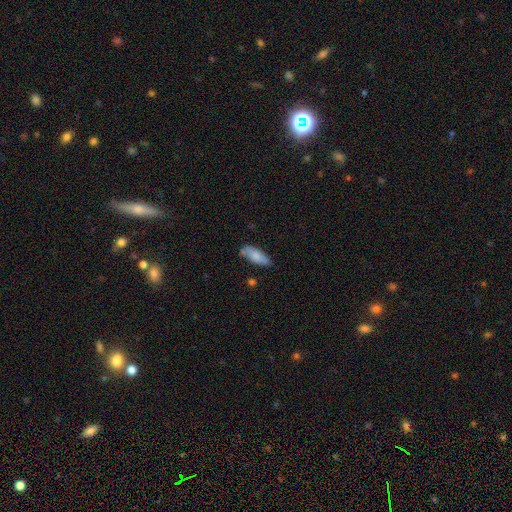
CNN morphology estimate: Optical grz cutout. It shows a smooth galaxy with no disk features (78%) that is in between round and cigar-shaped (71%). Merging: none (63%).